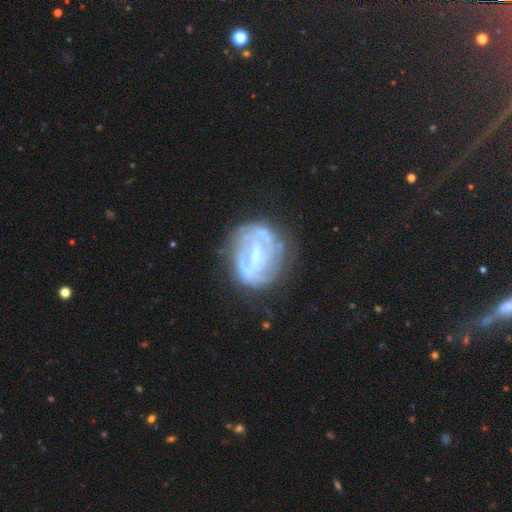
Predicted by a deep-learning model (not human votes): Smooth or featured?
  - featured or disk: 79% *
  - smooth: 14%
  - star or artifact: 7%
Edge-on disk?
  - no: 96% *
  - yes: 4%
Bar?
  - strong: 49% *
  - weak: 36%
  - no: 15%
Spiral arms?
  - yes: 67% *
  - no: 33%
Spiral winding?
  - tight: 57% *
  - medium: 30%
  - loose: 13%
Spiral arm count?
  - can't tell: 42% *
  - 2: 39%
  - 3: 8%
  - 1: 5%
  - 4: 4%
  - more than 4: 3%
Bulge size?
  - small: 58% *
  - moderate: 31%
  - none: 8%
  - large: 3%
  - dominant: 1%
Merging?
  - none: 65% *
  - minor disturbance: 21%
  - major disturbance: 12%
  - merger: 2%